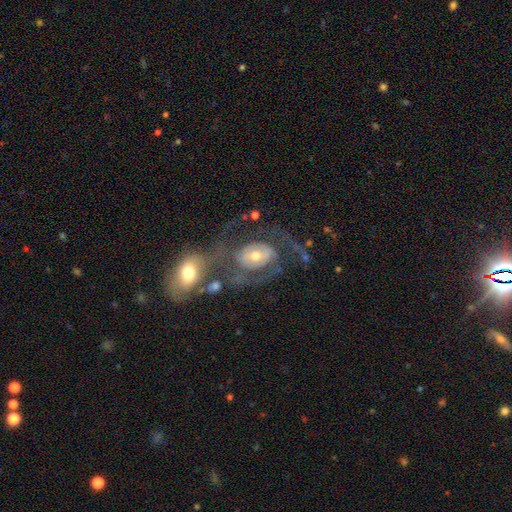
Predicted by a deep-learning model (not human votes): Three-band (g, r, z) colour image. It shows a featured or disk galaxy (69%) with no bar (68%), spiral arms (62%) and a moderate central bulge (58%). Merging: merger (34%).